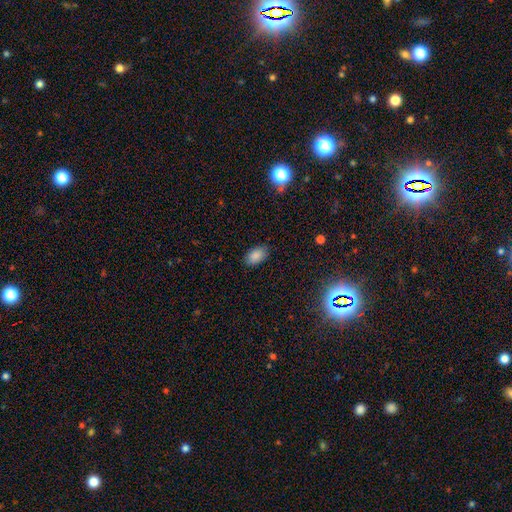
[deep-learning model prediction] This appears to be a smooth galaxy with no disk features (87%) that is in between round and cigar-shaped (92%). Merging: none (85%).